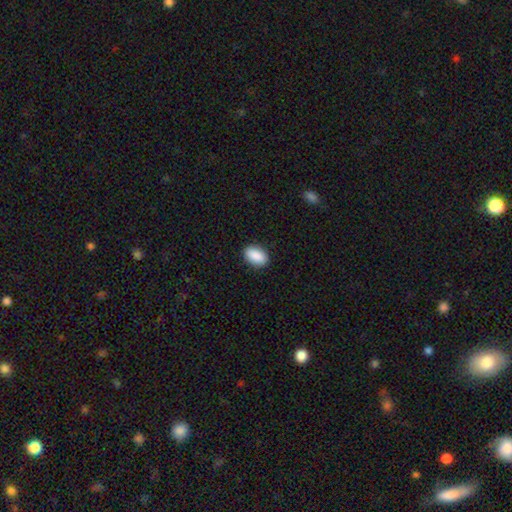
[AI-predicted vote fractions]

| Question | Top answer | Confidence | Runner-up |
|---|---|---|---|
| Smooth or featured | smooth | 90% | star or artifact (7%) |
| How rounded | in between | 91% | round (7%) |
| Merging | none | 89% | minor disturbance (8%) |